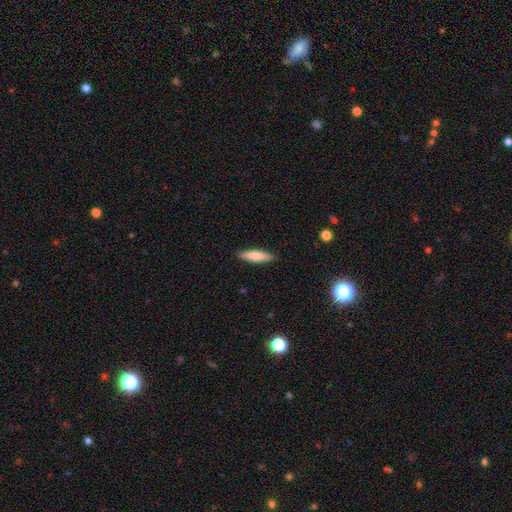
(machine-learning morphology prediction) type=smooth (70%); roundness=cigar-shaped (77%); merging=none (90%).